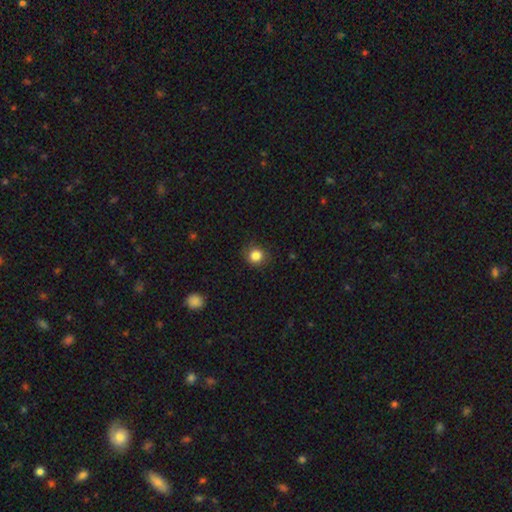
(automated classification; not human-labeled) smooth_or_featured: smooth (p=0.85) [alt: star or artifact p=0.10]
how_rounded: round (p=0.87) [alt: in between p=0.12]
merging: none (p=0.83) [alt: minor disturbance p=0.12]